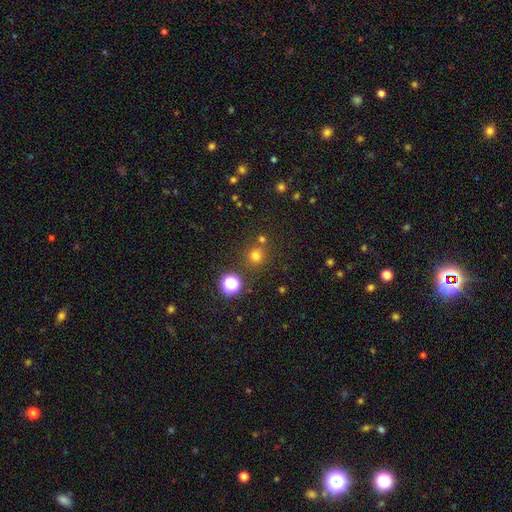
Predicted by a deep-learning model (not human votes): Q: Smooth or featured?
A: smooth (70%); runner-up: star or artifact (23%)
Q: How rounded?
A: round (91%); runner-up: in between (8%)
Q: Merging?
A: none (77%); runner-up: merger (11%)